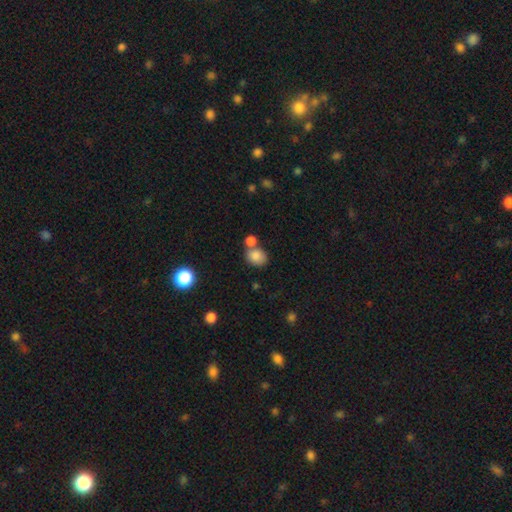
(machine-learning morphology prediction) A smooth galaxy with no disk features (83%) that is round (59%). Merging: none (48%).